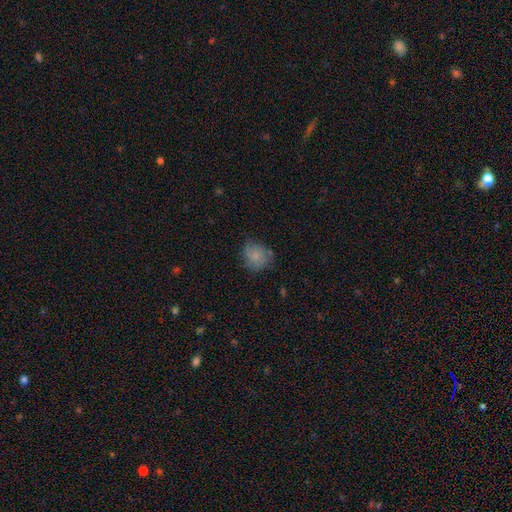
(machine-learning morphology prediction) smooth_or_featured: smooth (p=0.71) [alt: featured or disk p=0.19]
how_rounded: round (p=0.71) [alt: in between p=0.28]
merging: none (p=0.59) [alt: minor disturbance p=0.29]